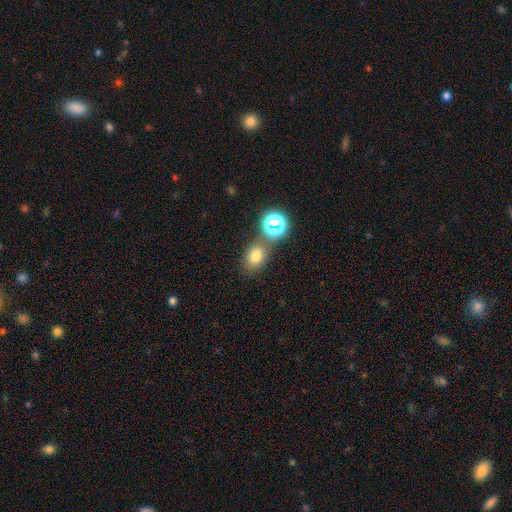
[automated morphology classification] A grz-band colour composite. It shows a smooth galaxy with no disk features (73%) that is in between round and cigar-shaped (59%). Merging: none (65%).